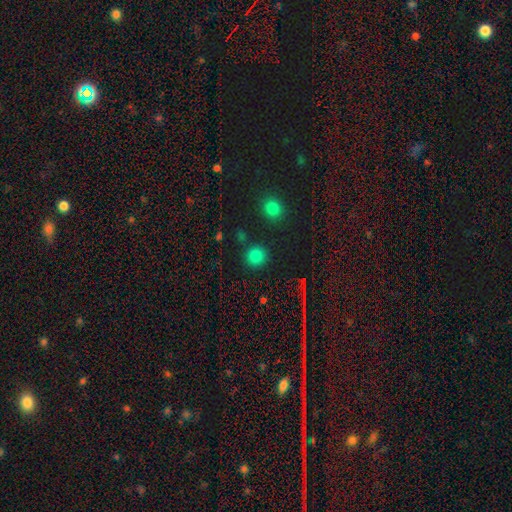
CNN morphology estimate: smooth 80%, star or artifact 16%, featured or disk 4%. Down the decision tree: how rounded — round (89%); merging — none (86%).